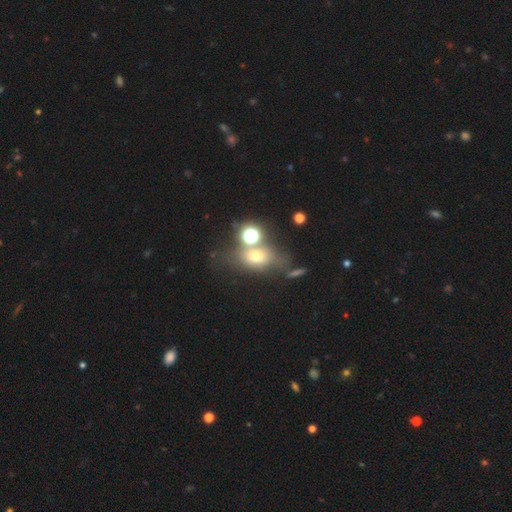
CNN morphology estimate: Overall: smooth (61%; star or artifact 21%). How rounded: in between (56%; round 41%). Merging: none (48%; merger 26%).